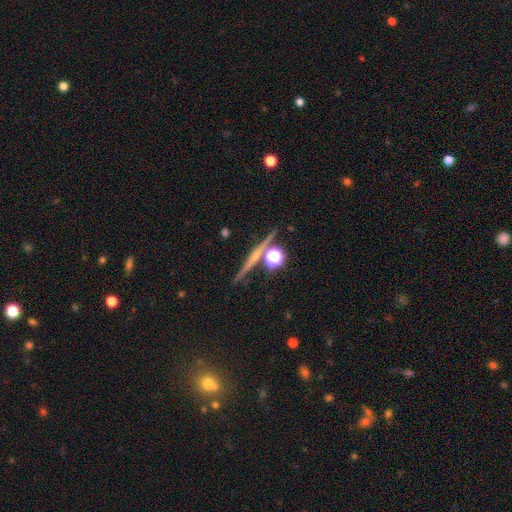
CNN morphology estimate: Q: Smooth or featured?
A: featured or disk (55%); runner-up: smooth (25%)
Q: Edge-on disk?
A: yes (95%); runner-up: no (5%)
Q: Edge-on bulge?
A: none (61%); runner-up: rounded (30%)
Q: Merging?
A: none (84%); runner-up: minor disturbance (7%)